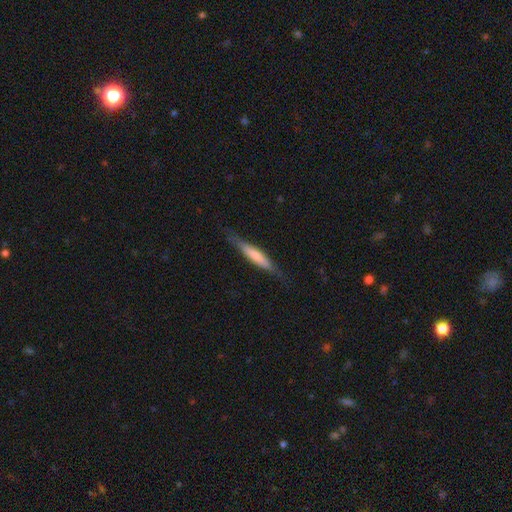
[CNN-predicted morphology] A smooth galaxy with no disk features (56%) that is cigar-shaped (90%). Merging: none (80%).